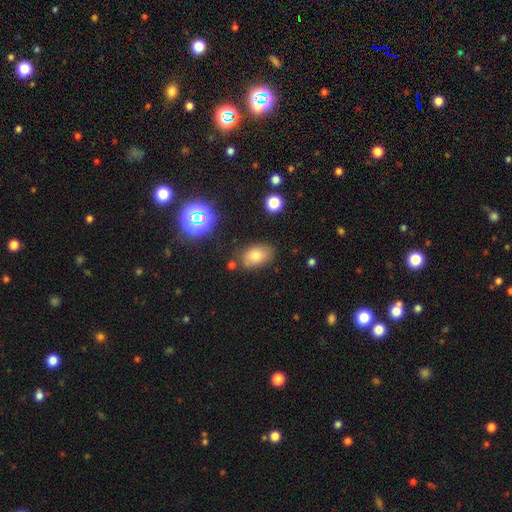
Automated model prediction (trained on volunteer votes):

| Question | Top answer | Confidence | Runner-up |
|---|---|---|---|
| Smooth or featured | smooth | 75% | featured or disk (13%) |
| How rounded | in between | 86% | round (13%) |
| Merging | none | 76% | minor disturbance (16%) |